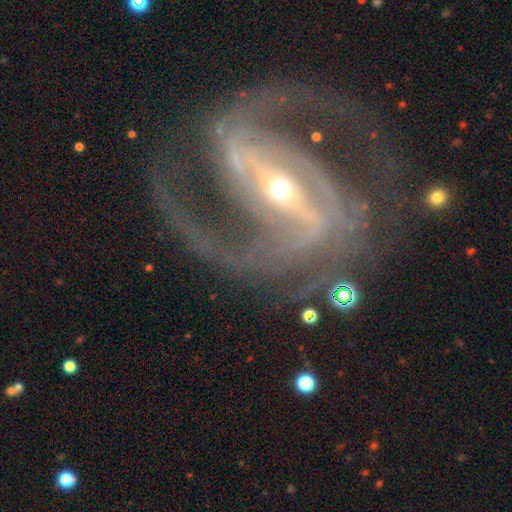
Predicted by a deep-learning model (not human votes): This appears to be a featured or disk galaxy (93%) with a strong bar (76%), 2 (74%) medium (57%) spiral arms (98%) and a small central bulge (66%). Merging: none (67%).